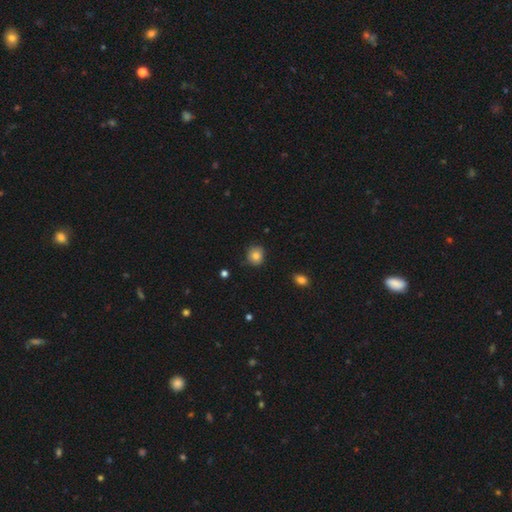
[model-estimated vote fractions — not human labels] This is clearly a smooth galaxy (83%). How rounded: clearly round (83%). Merging: clearly none (81%).